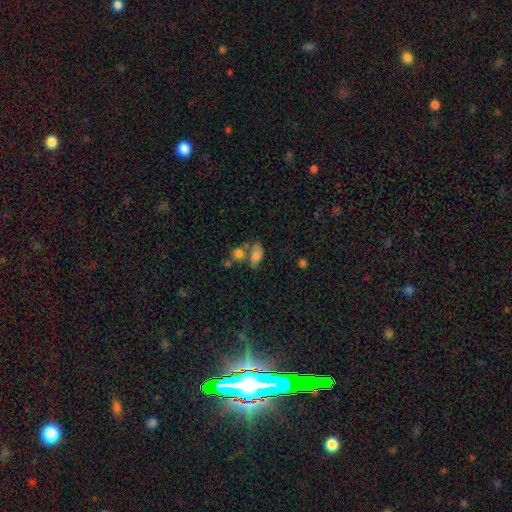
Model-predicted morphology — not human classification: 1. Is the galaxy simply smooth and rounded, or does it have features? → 70% smooth, 18% featured or disk, 12% star or artifact.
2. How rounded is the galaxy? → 82% in between, 15% round, 3% cigar-shaped.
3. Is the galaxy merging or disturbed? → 41% merger, 29% none, 17% minor disturbance, 13% major disturbance.